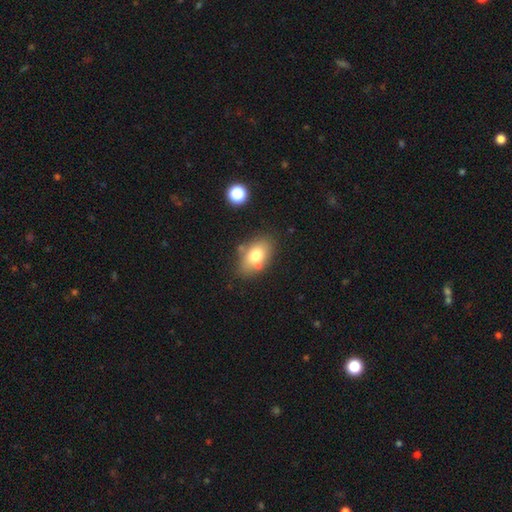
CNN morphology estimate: A smooth galaxy with no disk features (75%) that is in between round and cigar-shaped (85%).

Vote fractions:
- Smooth or featured? smooth: 75% / featured or disk: 16% / star or artifact: 9%
- How rounded? in between: 85% / round: 13% / cigar-shaped: 2%
- Merging? none: 71% / minor disturbance: 17% / merger: 7% / major disturbance: 5%